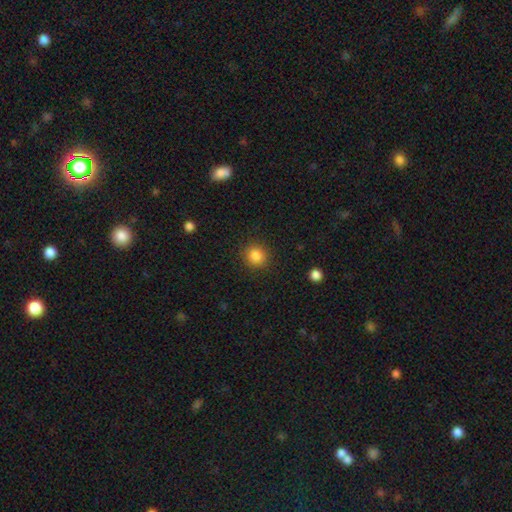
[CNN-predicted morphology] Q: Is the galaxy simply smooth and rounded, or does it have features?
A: smooth — 85%.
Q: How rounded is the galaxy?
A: round — 89%.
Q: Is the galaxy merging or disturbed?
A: none — 89%.